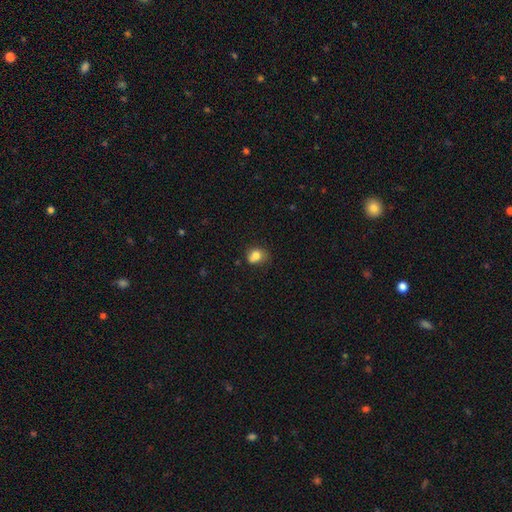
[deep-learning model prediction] Smooth or featured: smooth — 80% (star or artifact — 10%)
How rounded: round — 57% (in between — 42%)
Merging: none — 53% (minor disturbance — 30%)